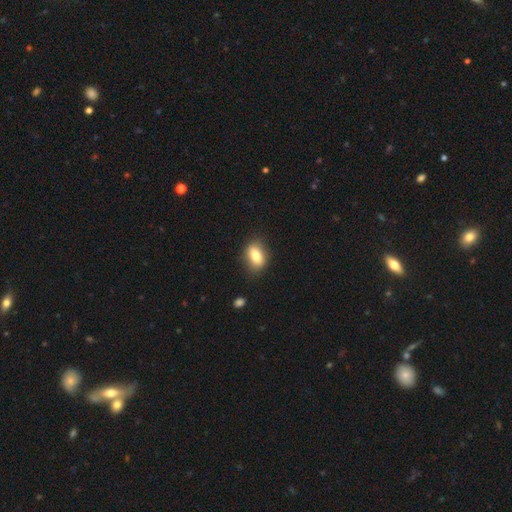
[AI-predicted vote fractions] Overall: smooth (78%). How rounded: in between (80%). Merging: none (81%).